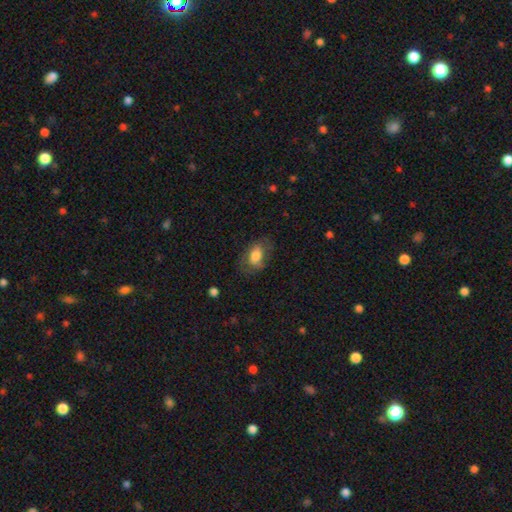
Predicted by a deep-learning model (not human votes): Smooth or featured?
  - smooth: 71% *
  - featured or disk: 22%
  - star or artifact: 8%
How rounded?
  - in between: 88% *
  - round: 10%
  - cigar-shaped: 3%
Merging?
  - none: 63% *
  - minor disturbance: 22%
  - major disturbance: 13%
  - merger: 1%